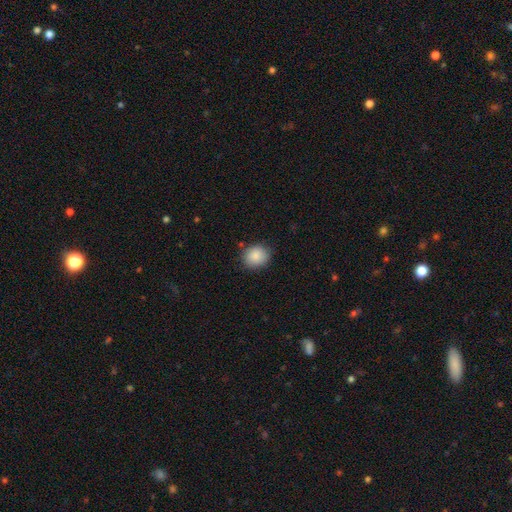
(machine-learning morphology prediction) A smooth galaxy with no disk features (87%) that is round (73%). Merging: none (83%).